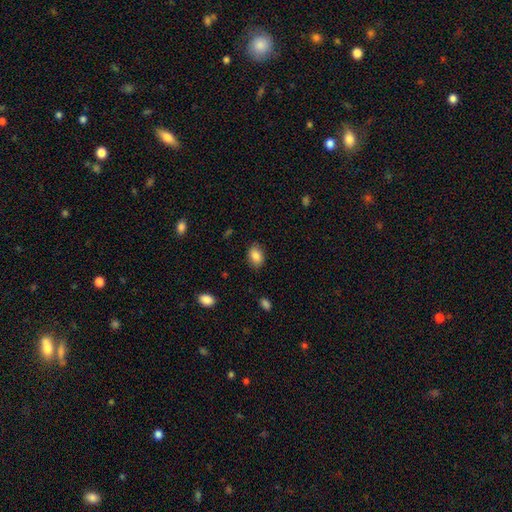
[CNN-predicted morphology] Overall: smooth (86%). How rounded: in between (82%). Merging: none (85%).